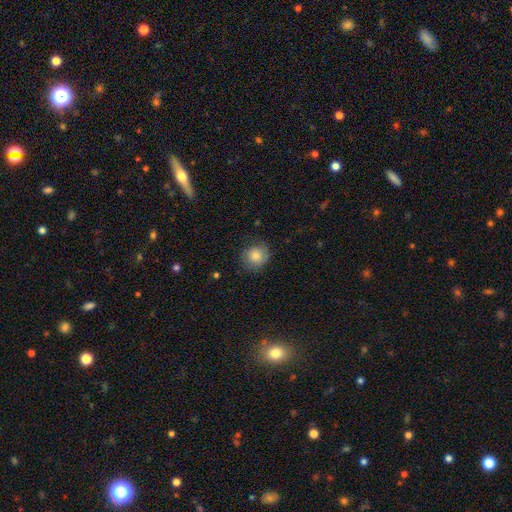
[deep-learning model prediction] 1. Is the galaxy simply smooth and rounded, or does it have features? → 75% smooth, 16% featured or disk, 9% star or artifact.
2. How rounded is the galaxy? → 83% round, 16% in between, 1% cigar-shaped.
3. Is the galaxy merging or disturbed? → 72% none, 20% minor disturbance, 6% major disturbance, 1% merger.